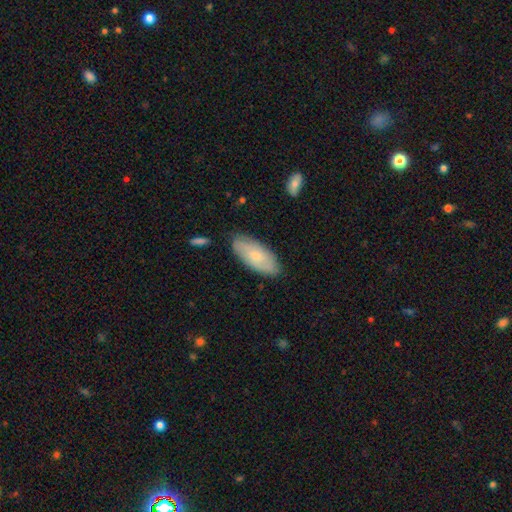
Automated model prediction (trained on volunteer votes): smooth_or_featured: smooth (p=0.58) [alt: featured or disk p=0.35]
how_rounded: in between (p=0.86) [alt: cigar-shaped p=0.12]
merging: none (p=0.82) [alt: minor disturbance p=0.14]